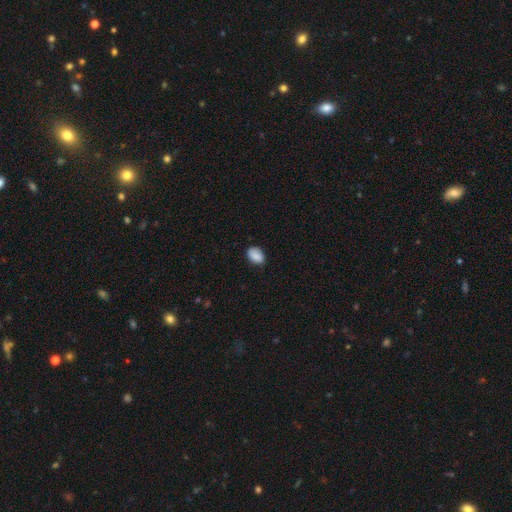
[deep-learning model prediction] Smooth or featured? smooth (85%)
How rounded? in between (81%)
Merging? none (78%)